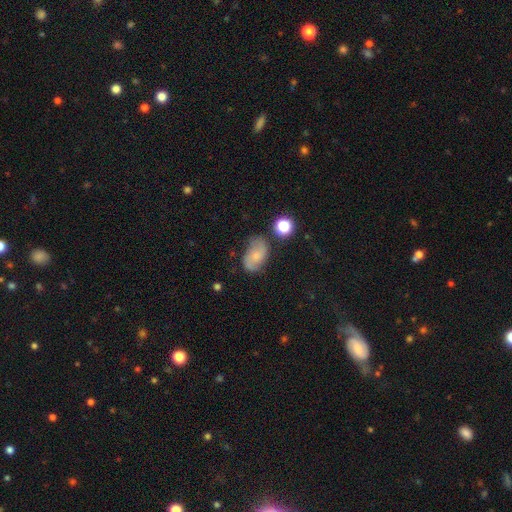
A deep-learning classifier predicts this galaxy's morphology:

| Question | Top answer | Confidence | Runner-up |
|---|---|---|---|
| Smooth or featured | smooth | 48% | featured or disk (41%) |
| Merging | none | 60% | minor disturbance (26%) |